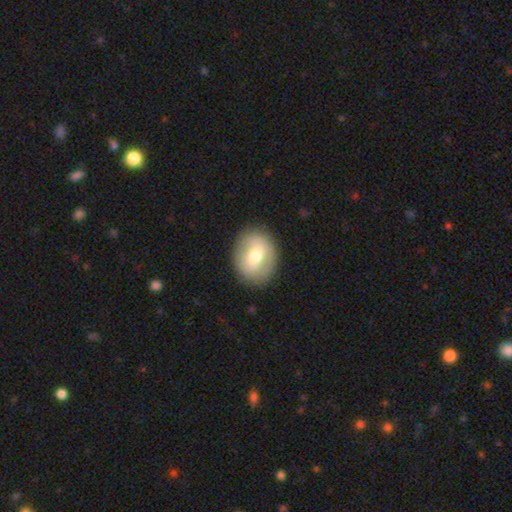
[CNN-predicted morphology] Q: Smooth or featured?
A: smooth (53%); runner-up: featured or disk (40%)
Q: How rounded?
A: in between (56%); runner-up: round (43%)
Q: Merging?
A: none (83%); runner-up: minor disturbance (12%)